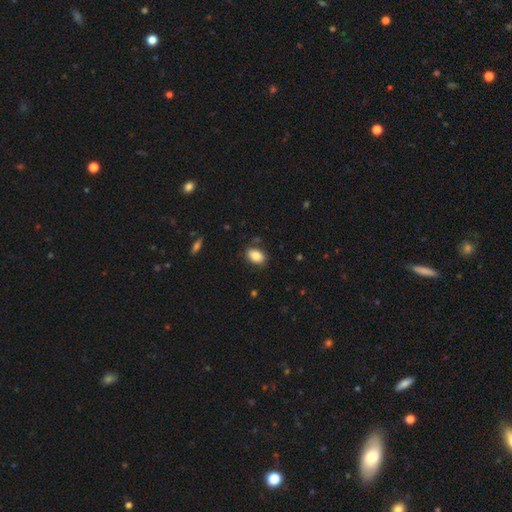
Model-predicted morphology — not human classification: Q: Smooth or featured?
A: smooth (86%); runner-up: star or artifact (8%)
Q: How rounded?
A: in between (85%); runner-up: round (13%)
Q: Merging?
A: none (84%); runner-up: minor disturbance (11%)